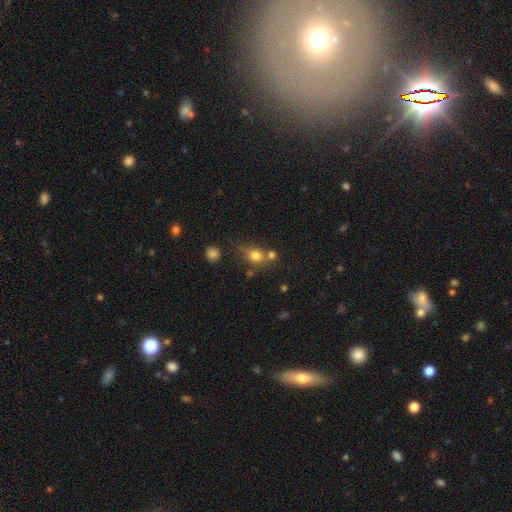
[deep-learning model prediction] Smooth or featured? Predicted: smooth (p=0.77). How rounded? Predicted: round (p=0.64). Merging? Predicted: none (p=0.52).